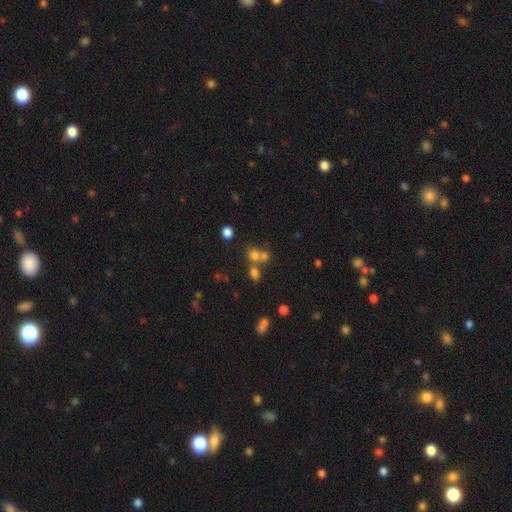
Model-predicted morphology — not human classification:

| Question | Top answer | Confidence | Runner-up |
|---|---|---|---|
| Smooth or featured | smooth | 60% | star or artifact (25%) |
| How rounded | round | 69% | in between (30%) |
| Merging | merger | 46% | none (42%) |